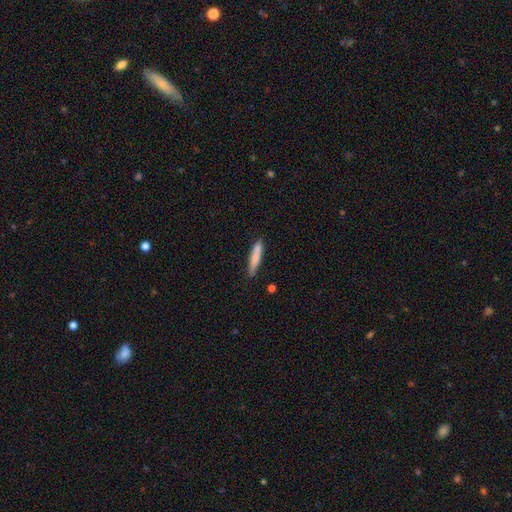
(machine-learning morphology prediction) smooth_or_featured: smooth (p=0.80) [alt: featured or disk p=0.14]
how_rounded: cigar-shaped (p=0.89) [alt: in between p=0.10]
merging: none (p=0.78) [alt: minor disturbance p=0.17]